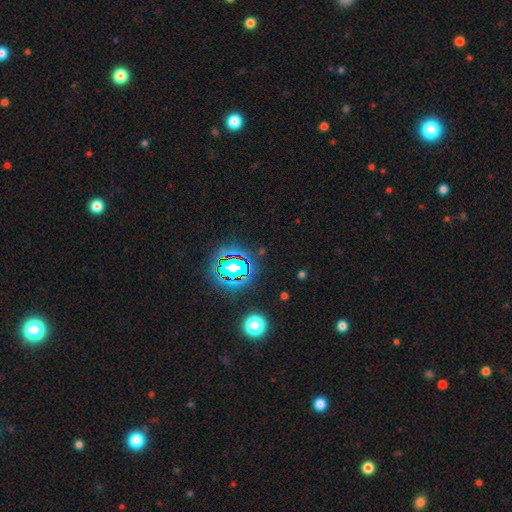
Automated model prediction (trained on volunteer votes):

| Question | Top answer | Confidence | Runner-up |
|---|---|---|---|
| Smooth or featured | star or artifact | 81% | smooth (11%) |